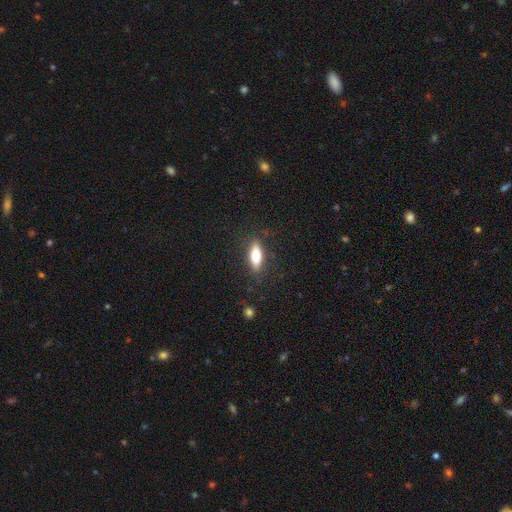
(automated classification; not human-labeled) smooth 76%, featured or disk 17%, star or artifact 7%. Down the decision tree: how rounded — in between (58%); merging — none (84%).